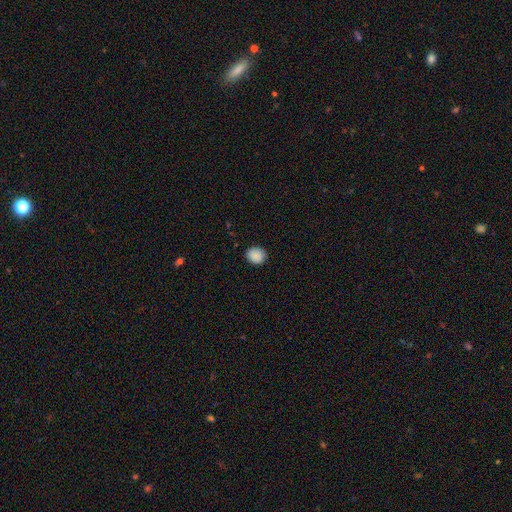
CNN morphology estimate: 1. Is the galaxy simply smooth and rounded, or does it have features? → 89% smooth, 8% star or artifact, 3% featured or disk.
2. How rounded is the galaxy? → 72% round, 28% in between, 1% cigar-shaped.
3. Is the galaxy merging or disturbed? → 87% none, 10% minor disturbance, 2% major disturbance, 1% merger.